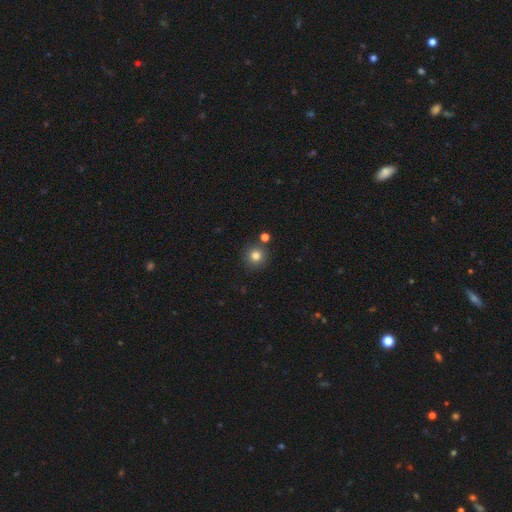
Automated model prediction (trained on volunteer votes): Q: Smooth or featured?
A: smooth (81%); runner-up: star or artifact (12%)
Q: How rounded?
A: round (94%); runner-up: in between (5%)
Q: Merging?
A: none (83%); runner-up: merger (7%)